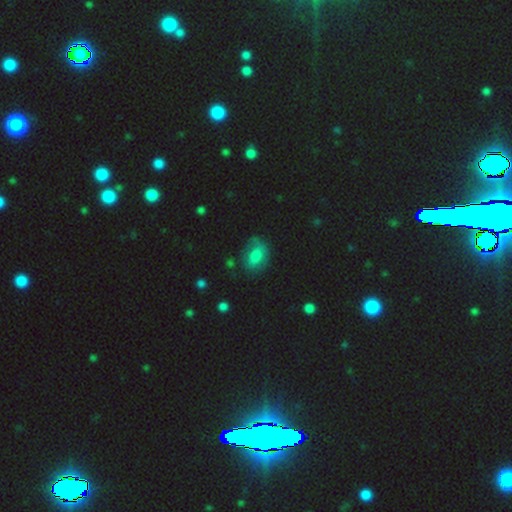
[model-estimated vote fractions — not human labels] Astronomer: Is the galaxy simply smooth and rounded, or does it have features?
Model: smooth — 63%.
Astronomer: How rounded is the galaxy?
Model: in between — 74%.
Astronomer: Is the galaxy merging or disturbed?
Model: none — 63%.